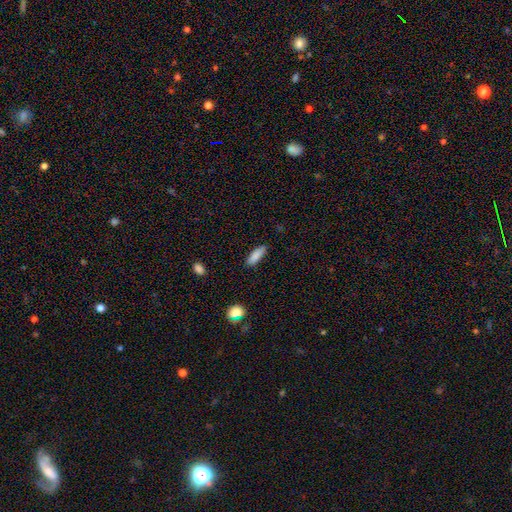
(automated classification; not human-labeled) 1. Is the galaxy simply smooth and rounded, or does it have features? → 86% smooth, 7% star or artifact, 7% featured or disk.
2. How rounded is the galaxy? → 55% in between, 43% cigar-shaped, 2% round.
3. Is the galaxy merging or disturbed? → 85% none, 11% minor disturbance, 2% major disturbance, 1% merger.